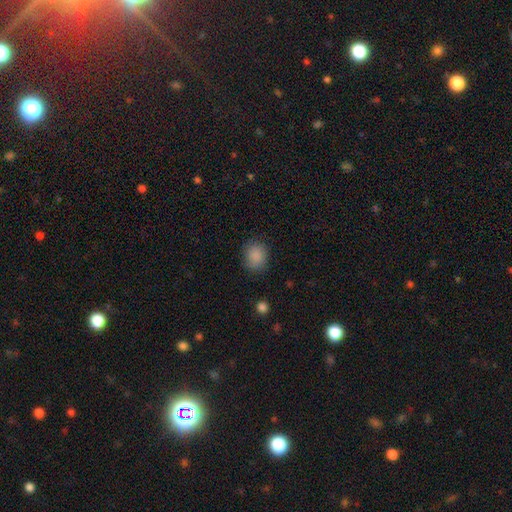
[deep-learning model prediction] Smooth or featured: smooth — 87% (star or artifact — 9%)
How rounded: round — 64% (in between — 35%)
Merging: none — 83% (minor disturbance — 12%)